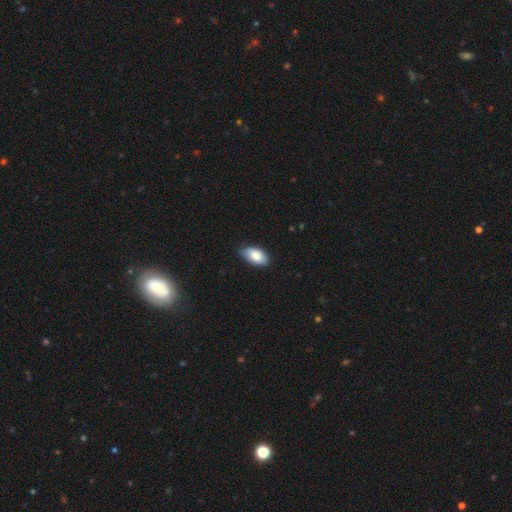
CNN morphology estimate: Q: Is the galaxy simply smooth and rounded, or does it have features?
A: smooth — 79%.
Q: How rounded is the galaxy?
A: in between — 94%.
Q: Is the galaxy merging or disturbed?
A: none — 75%.